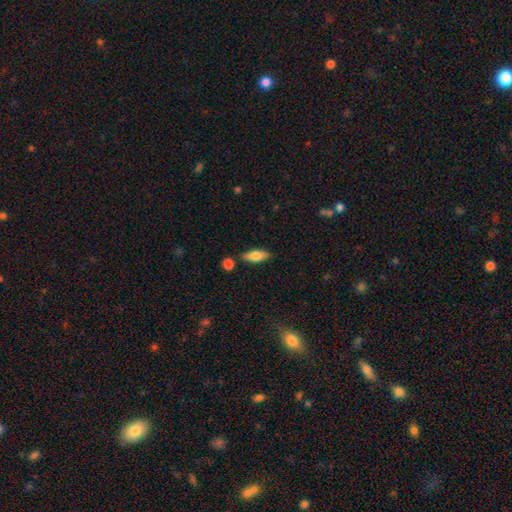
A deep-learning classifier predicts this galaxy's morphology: smooth 69%, featured or disk 24%, star or artifact 7%. Down the decision tree: how rounded — in between (72%); merging — none (79%).